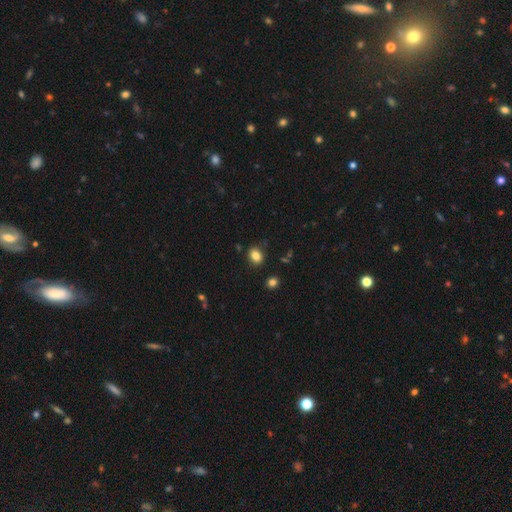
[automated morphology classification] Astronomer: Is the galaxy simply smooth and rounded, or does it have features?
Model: smooth — 83%.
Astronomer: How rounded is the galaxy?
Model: in between — 50% (runner-up: round, 49%).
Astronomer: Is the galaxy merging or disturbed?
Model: none — 84%.